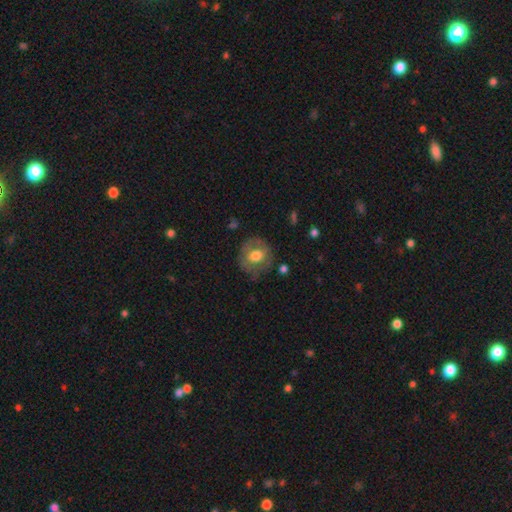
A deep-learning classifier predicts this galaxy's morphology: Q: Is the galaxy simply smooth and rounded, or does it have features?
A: smooth — 56%.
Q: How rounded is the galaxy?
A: round — 79%.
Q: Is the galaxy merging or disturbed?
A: none — 70%.